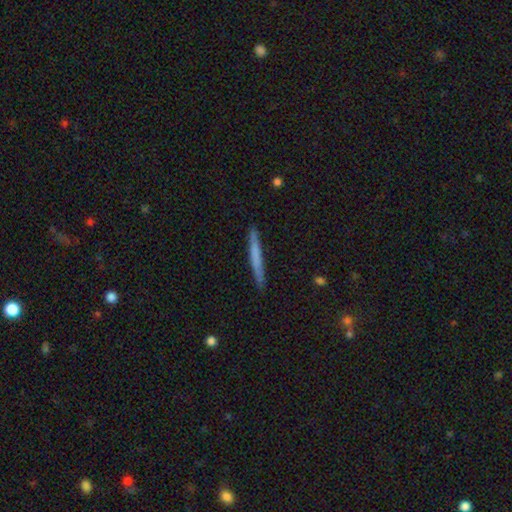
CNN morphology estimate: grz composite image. It shows a smooth galaxy with no disk features (61%) that is cigar-shaped (97%). Merging: none (89%).